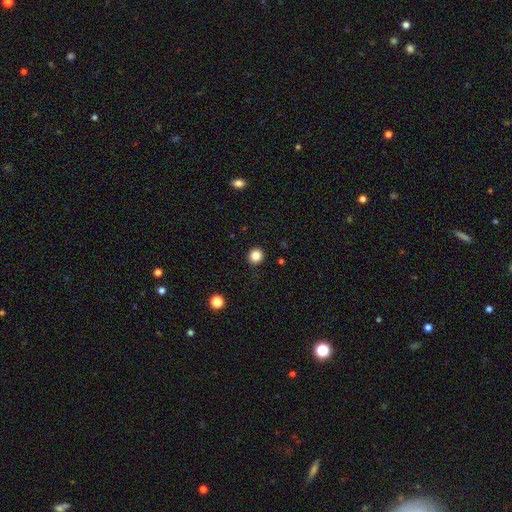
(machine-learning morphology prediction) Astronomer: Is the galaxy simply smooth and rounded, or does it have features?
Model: smooth — 84%.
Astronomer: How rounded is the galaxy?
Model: round — 92%.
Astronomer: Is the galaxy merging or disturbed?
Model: none — 91%.